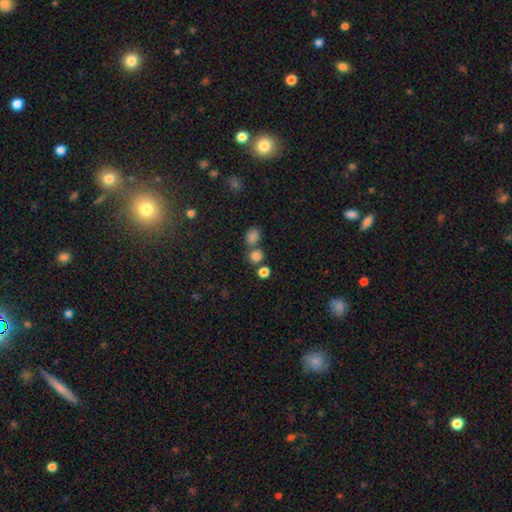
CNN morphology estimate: Smooth or featured? Predicted: smooth (p=0.78). How rounded? Predicted: round (p=0.81). Merging? Predicted: none (p=0.58).